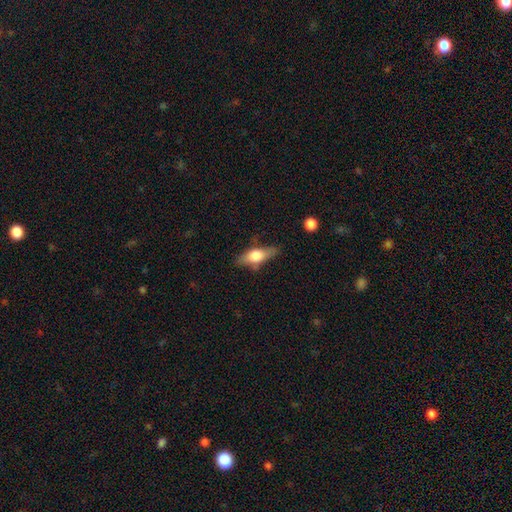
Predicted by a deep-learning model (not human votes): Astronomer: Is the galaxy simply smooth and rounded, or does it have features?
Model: smooth — 54% (runner-up: featured or disk, 39%).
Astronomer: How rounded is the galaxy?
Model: in between — 60% (runner-up: cigar-shaped, 36%).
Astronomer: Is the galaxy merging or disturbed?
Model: none — 74%.